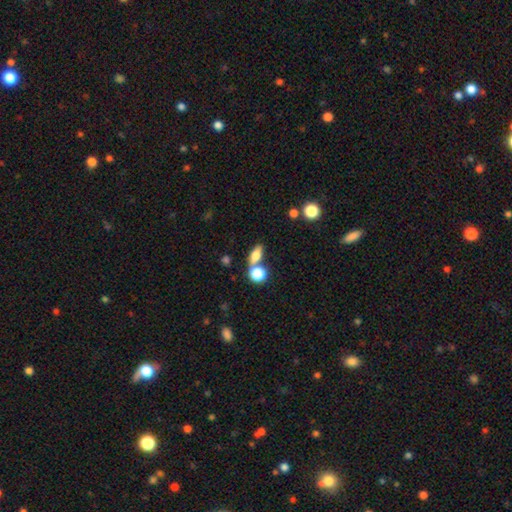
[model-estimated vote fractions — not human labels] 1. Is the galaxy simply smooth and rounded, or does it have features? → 71% smooth, 18% featured or disk, 11% star or artifact.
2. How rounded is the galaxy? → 64% in between, 19% round, 17% cigar-shaped.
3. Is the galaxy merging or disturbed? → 55% none, 30% merger, 11% minor disturbance, 5% major disturbance.